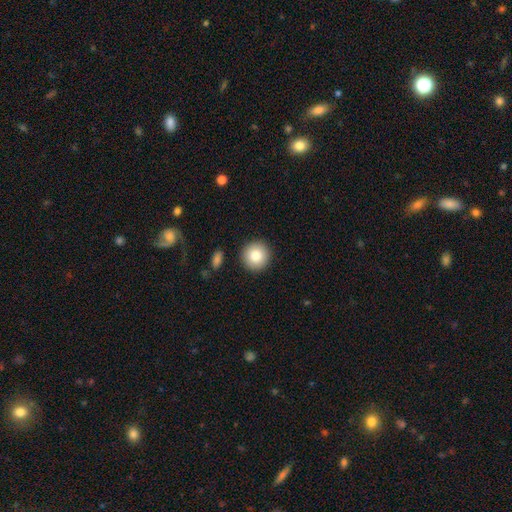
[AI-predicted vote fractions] Smooth or featured?
  - smooth: 85% *
  - star or artifact: 8%
  - featured or disk: 7%
How rounded?
  - round: 94% *
  - in between: 5%
  - cigar-shaped: 1%
Merging?
  - none: 90% *
  - minor disturbance: 6%
  - major disturbance: 2%
  - merger: 2%